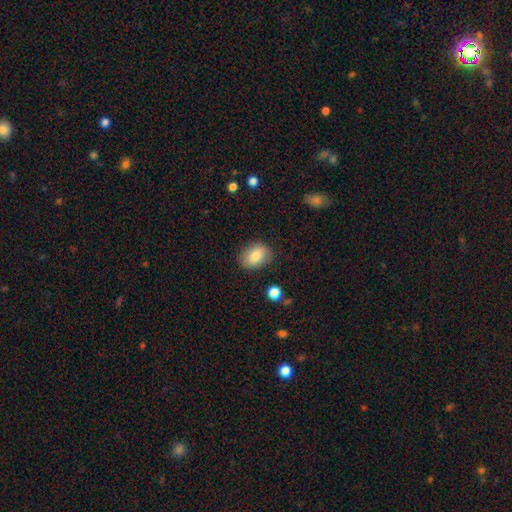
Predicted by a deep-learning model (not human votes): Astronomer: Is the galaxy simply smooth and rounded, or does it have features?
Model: smooth — 80%.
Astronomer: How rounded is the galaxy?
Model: in between — 71%.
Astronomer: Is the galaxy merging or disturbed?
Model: none — 82%.